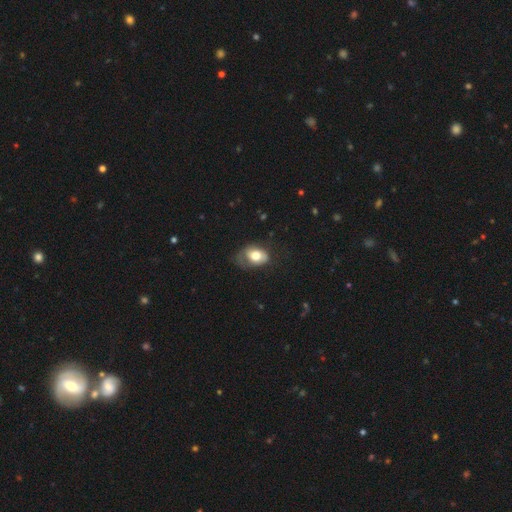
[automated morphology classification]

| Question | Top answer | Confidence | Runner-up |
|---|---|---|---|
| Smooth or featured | smooth | 68% | featured or disk (25%) |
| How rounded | in between | 75% | round (24%) |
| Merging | none | 38% | minor disturbance (32%) |